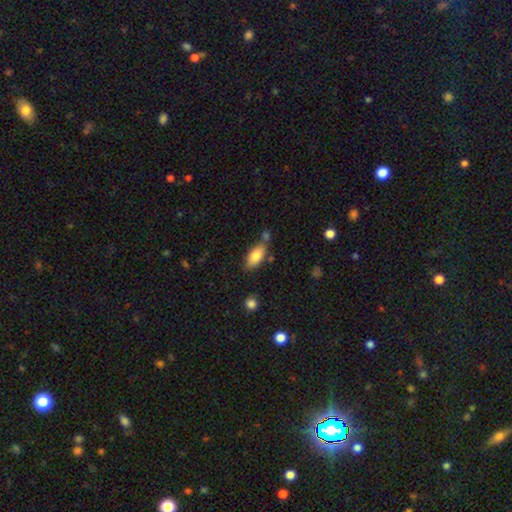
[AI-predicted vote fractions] smooth-or-featured: smooth: 83% | featured or disk: 11% | star or artifact: 7%
  how-rounded: in between: 88% | cigar-shaped: 10% | round: 2%
  merging: none: 63% | minor disturbance: 18% | merger: 14% | major disturbance: 4%